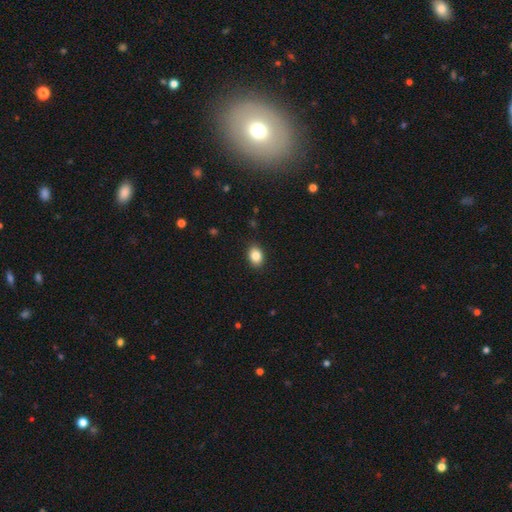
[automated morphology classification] smooth 86%, star or artifact 9%, featured or disk 6%. Down the decision tree: how rounded — in between (75%); merging — none (88%).